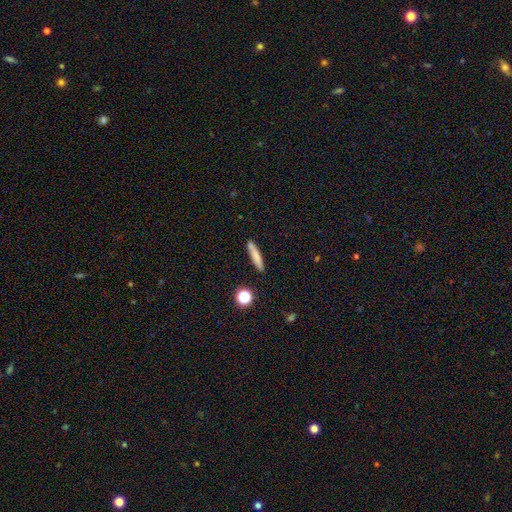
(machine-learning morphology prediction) Smooth or featured? Predicted: smooth (p=0.76). How rounded? Predicted: cigar-shaped (p=0.89). Merging? Predicted: none (p=0.84).